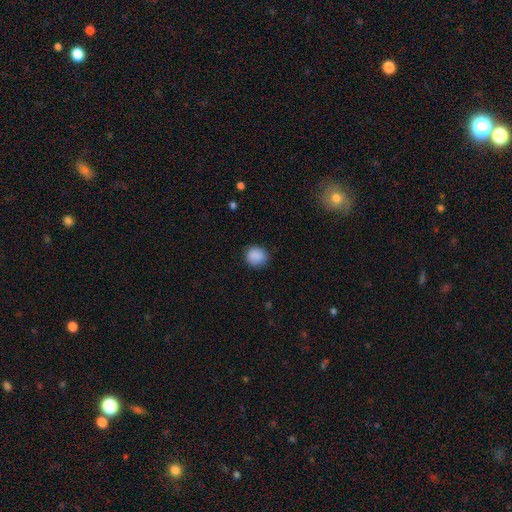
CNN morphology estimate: type=smooth (89%); roundness=round (82%); merging=none (86%).